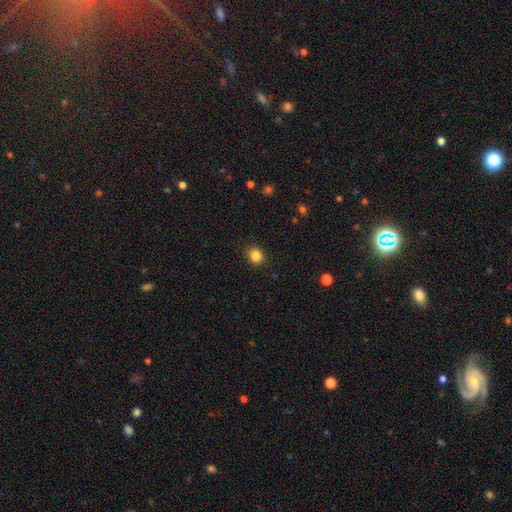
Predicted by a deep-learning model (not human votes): smooth 85%, star or artifact 11%, featured or disk 4%. Down the decision tree: how rounded — round (79%); merging — none (89%).